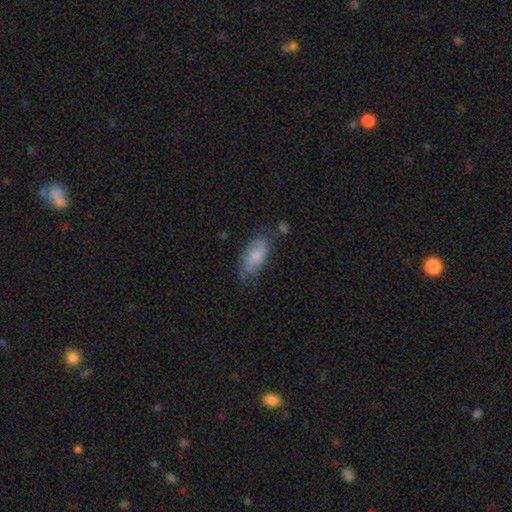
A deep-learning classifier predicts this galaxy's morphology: This is likely a smooth galaxy (70%). How rounded: clearly in between (88%). Merging: possibly none (55%).